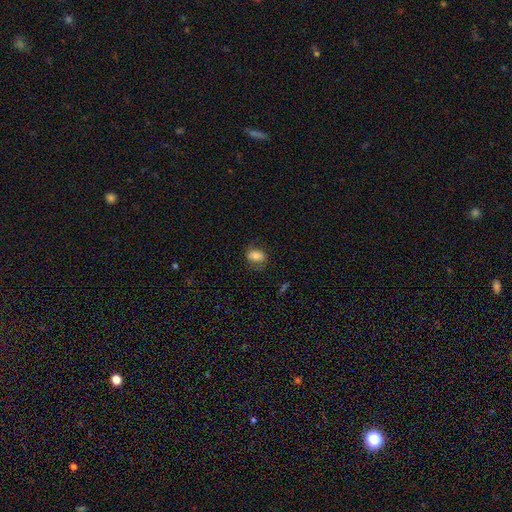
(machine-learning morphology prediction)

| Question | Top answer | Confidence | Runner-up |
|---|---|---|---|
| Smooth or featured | smooth | 76% | featured or disk (15%) |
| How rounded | in between | 78% | round (20%) |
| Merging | none | 70% | minor disturbance (20%) |